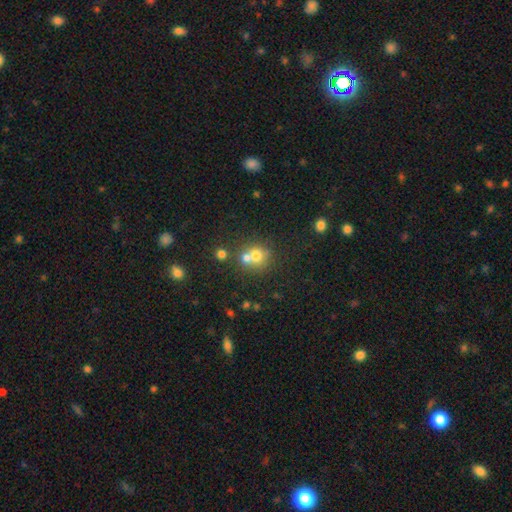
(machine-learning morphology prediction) smooth_or_featured: smooth (p=0.68) [alt: featured or disk p=0.17]
how_rounded: round (p=0.83) [alt: in between p=0.16]
merging: merger (p=0.47) [alt: none p=0.42]